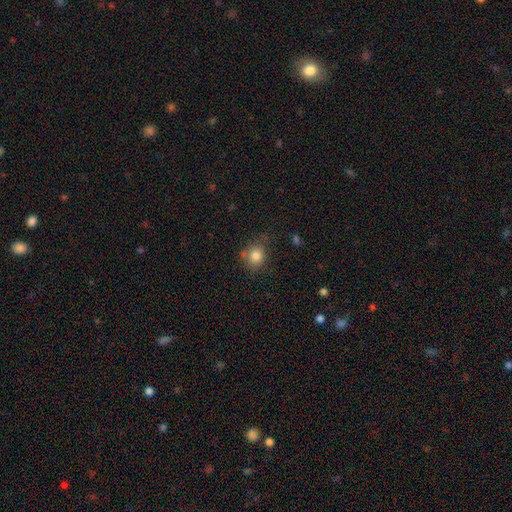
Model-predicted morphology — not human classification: Smooth or featured? Predicted: smooth (p=0.81). How rounded? Predicted: round (p=0.76). Merging? Predicted: none (p=0.66).